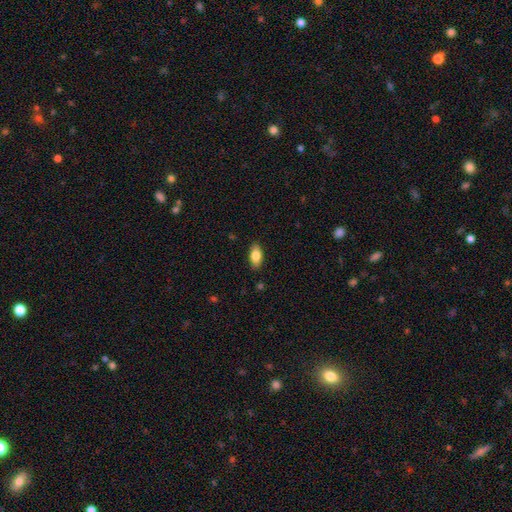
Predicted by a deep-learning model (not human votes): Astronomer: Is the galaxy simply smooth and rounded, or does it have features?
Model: smooth — 83%.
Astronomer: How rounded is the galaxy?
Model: in between — 90%.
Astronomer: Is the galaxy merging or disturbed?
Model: none — 87%.